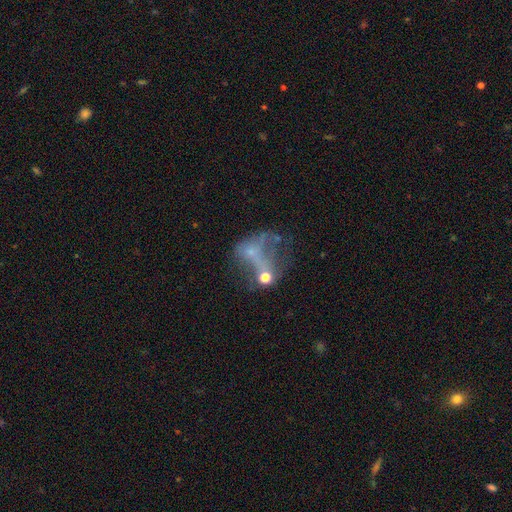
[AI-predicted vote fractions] smooth-or-featured: featured or disk: 46% | smooth: 30% | star or artifact: 24%
  merging: major disturbance: 39% | none: 25% | merger: 23% | minor disturbance: 13%